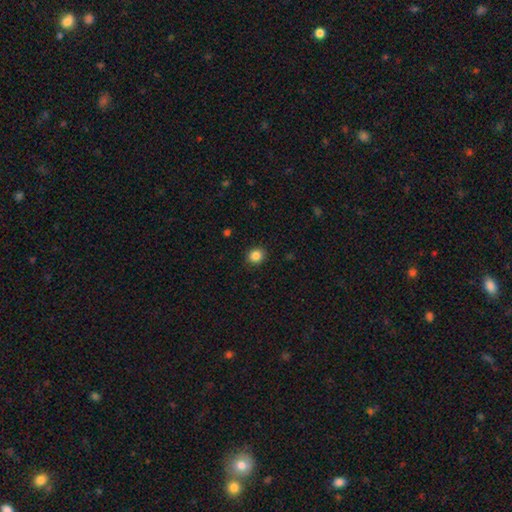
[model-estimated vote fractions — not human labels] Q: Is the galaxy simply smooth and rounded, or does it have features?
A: smooth — 86%.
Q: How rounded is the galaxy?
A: round — 81%.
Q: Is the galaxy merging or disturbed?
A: none — 90%.